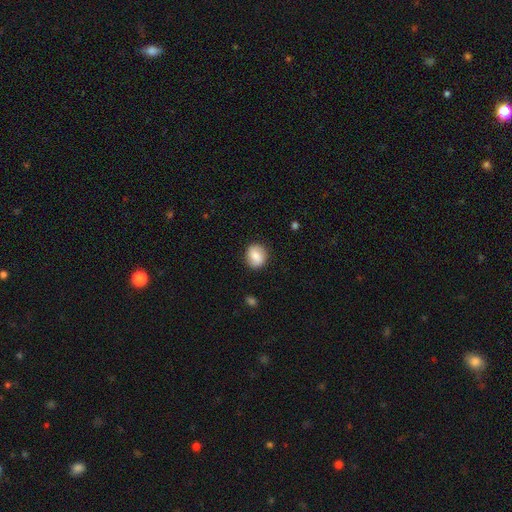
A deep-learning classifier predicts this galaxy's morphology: Smooth or featured?
  - smooth: 78% *
  - featured or disk: 15%
  - star or artifact: 7%
How rounded?
  - round: 72% *
  - in between: 27%
  - cigar-shaped: 1%
Merging?
  - none: 86% *
  - minor disturbance: 10%
  - major disturbance: 3%
  - merger: 1%